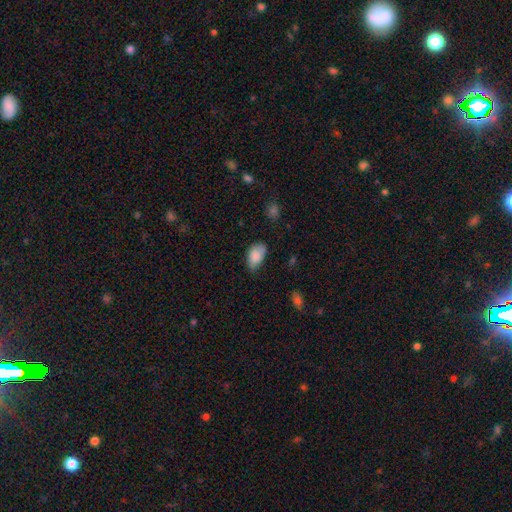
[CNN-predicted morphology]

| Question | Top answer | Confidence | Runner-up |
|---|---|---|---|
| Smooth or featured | smooth | 81% | featured or disk (11%) |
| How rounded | in between | 89% | round (9%) |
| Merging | none | 45% | minor disturbance (41%) |